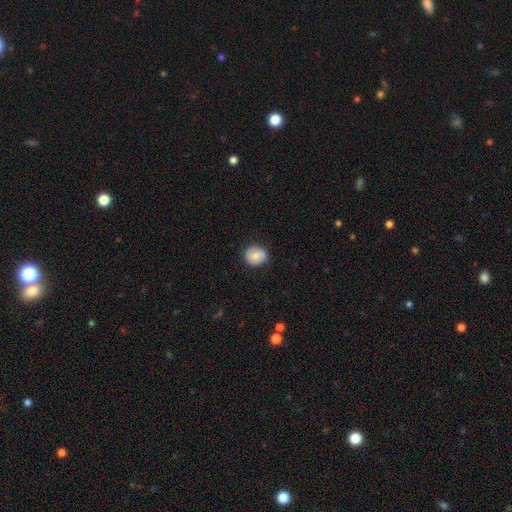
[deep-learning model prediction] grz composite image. It shows a smooth galaxy with no disk features (74%) that is round (80%). Merging: none (82%).